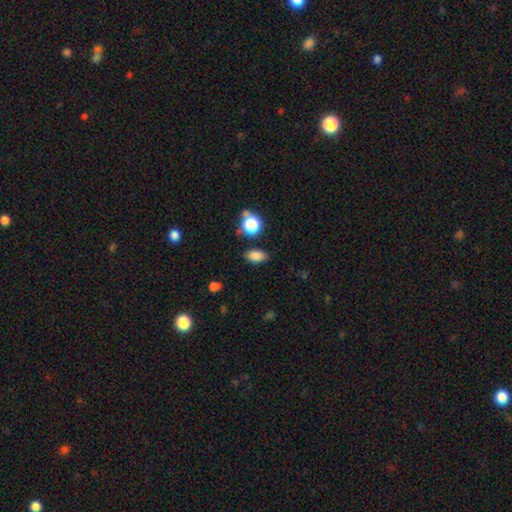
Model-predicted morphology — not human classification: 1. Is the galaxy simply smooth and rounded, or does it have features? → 83% smooth, 12% star or artifact, 5% featured or disk.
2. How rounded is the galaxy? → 85% in between, 12% round, 3% cigar-shaped.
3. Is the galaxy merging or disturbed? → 82% none, 12% minor disturbance, 3% major disturbance, 3% merger.